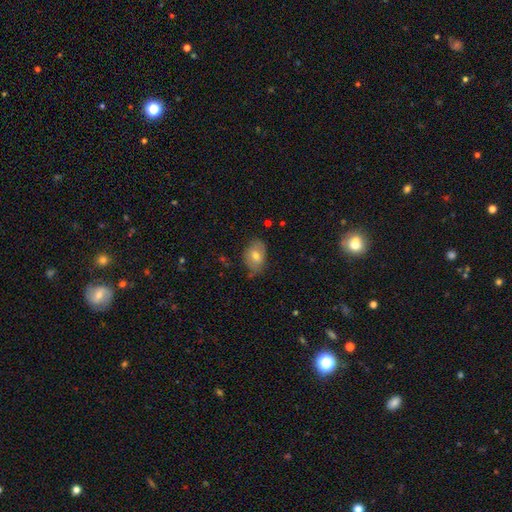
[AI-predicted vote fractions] Smooth or featured: smooth — 63% (featured or disk — 29%)
How rounded: in between — 82% (round — 17%)
Merging: none — 60% (minor disturbance — 31%)